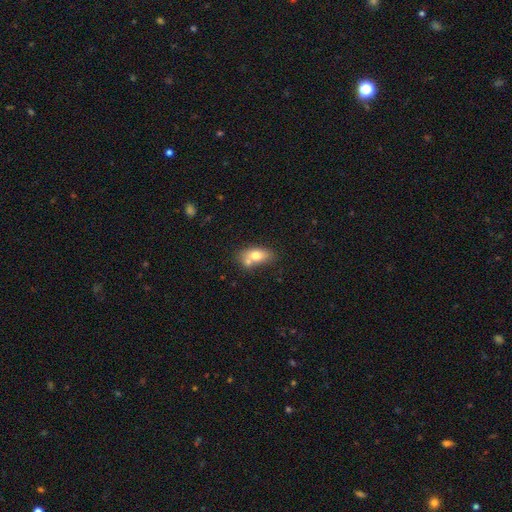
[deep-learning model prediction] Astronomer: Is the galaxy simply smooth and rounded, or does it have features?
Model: smooth — 70%.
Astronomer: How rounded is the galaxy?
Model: in between — 83%.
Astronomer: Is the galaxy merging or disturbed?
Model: none — 43% (runner-up: merger, 37%).